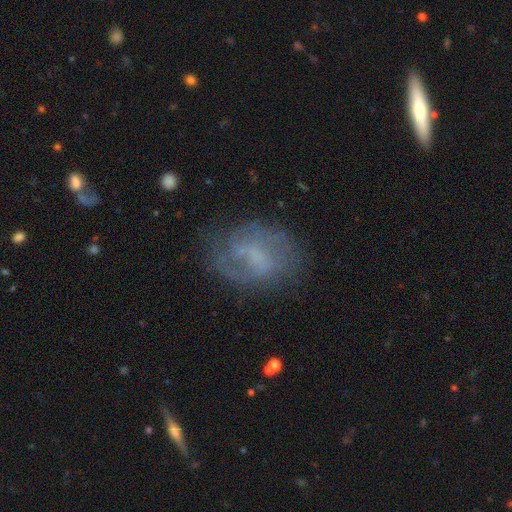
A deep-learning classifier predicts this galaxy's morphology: This is likely a featured or disk galaxy (65%). It is clearly not viewed edge-on (96%). Bar: possibly weak (48%). Spiral arm pattern: likely yes (77%). Central bulge: possibly none (52%). Merging: likely none (67%).